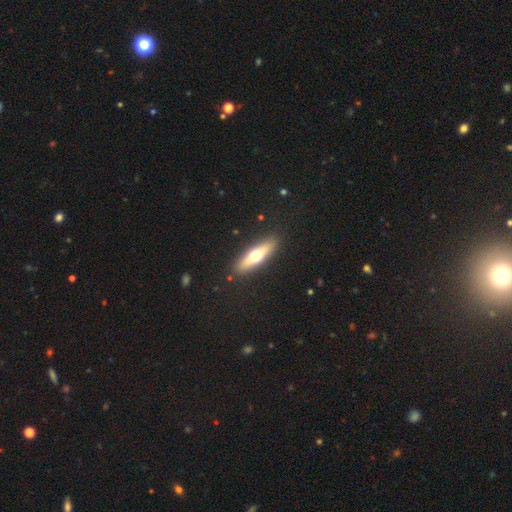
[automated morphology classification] Smooth or featured? smooth (51%)
How rounded? cigar-shaped (66%)
Merging? none (89%)